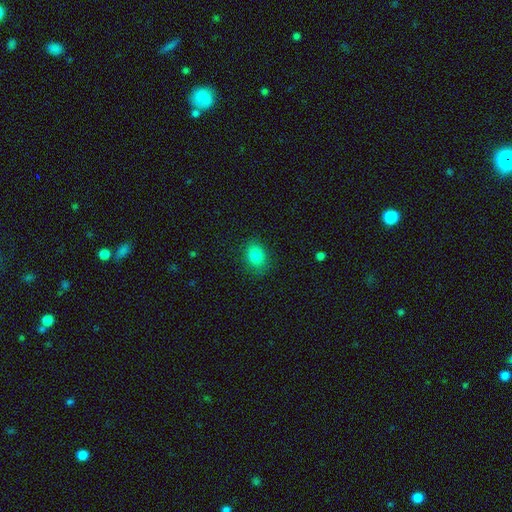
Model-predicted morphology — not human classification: Overall: smooth (84%). How rounded: in between (62%; round 37%). Merging: none (84%).